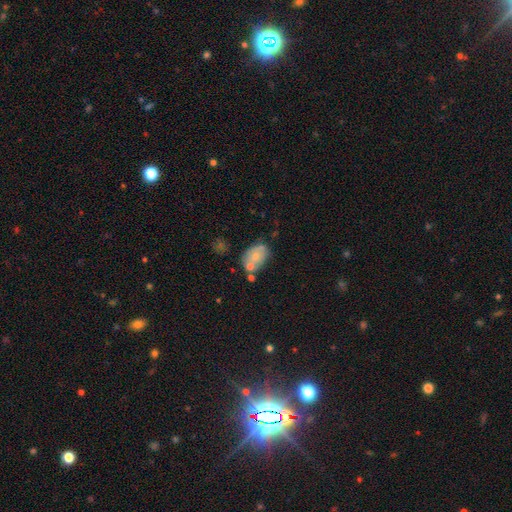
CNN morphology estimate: Q: Smooth or featured?
A: smooth (65%); runner-up: featured or disk (27%)
Q: How rounded?
A: in between (83%); runner-up: round (15%)
Q: Merging?
A: none (47%); runner-up: minor disturbance (23%)